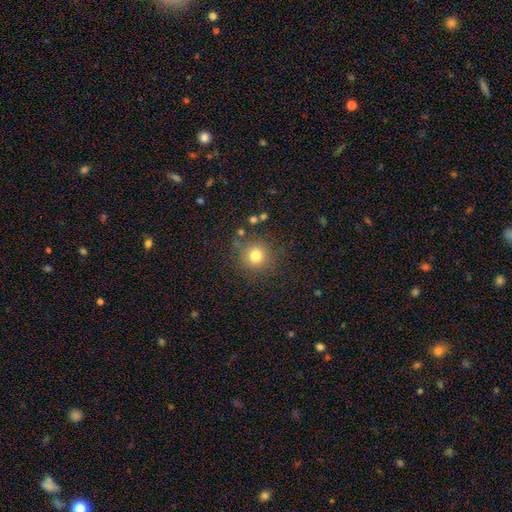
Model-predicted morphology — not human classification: A smooth galaxy with no disk features (78%) that is round (93%). Merging: none (84%).